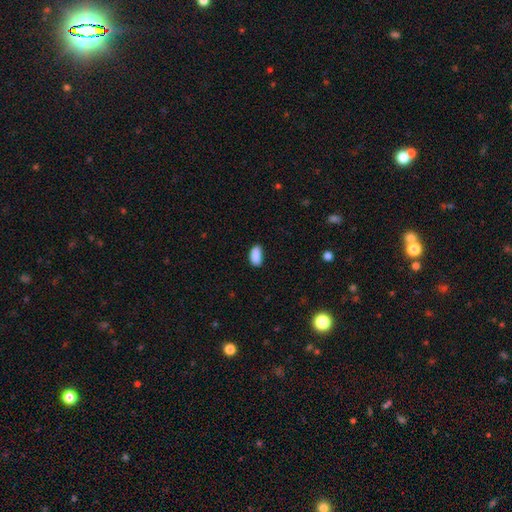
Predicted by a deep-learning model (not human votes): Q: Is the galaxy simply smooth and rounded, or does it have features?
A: smooth — 87%.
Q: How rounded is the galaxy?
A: in between — 91%.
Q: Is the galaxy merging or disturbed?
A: none — 66%.